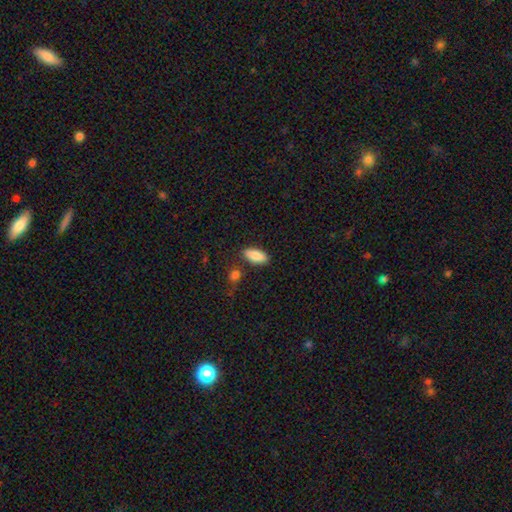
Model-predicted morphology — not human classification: smooth-or-featured: smooth: 85% | featured or disk: 8% | star or artifact: 7%
  how-rounded: in between: 82% | cigar-shaped: 15% | round: 2%
  merging: none: 81% | minor disturbance: 11% | merger: 5% | major disturbance: 3%